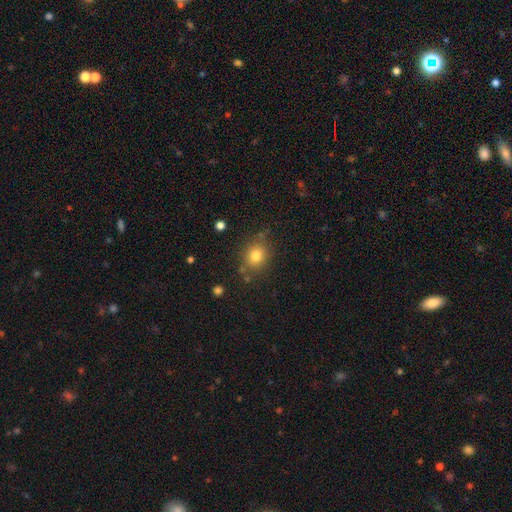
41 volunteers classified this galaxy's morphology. smooth 80%, featured or disk 12%, star or artifact 7%. Down the decision tree: how rounded — round (52%); merging — none (82%).